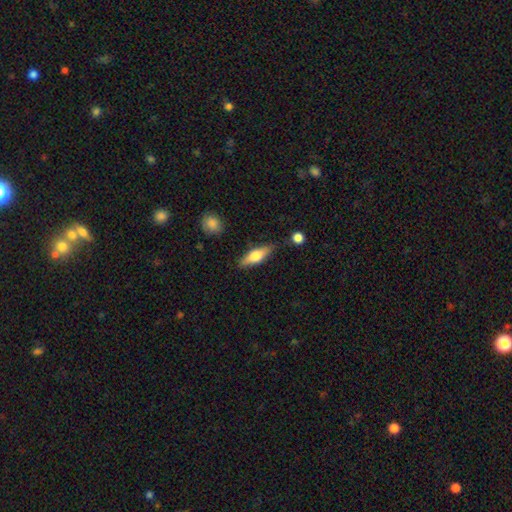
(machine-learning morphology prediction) type=smooth (59%); roundness=in between (55%); merging=none (78%).